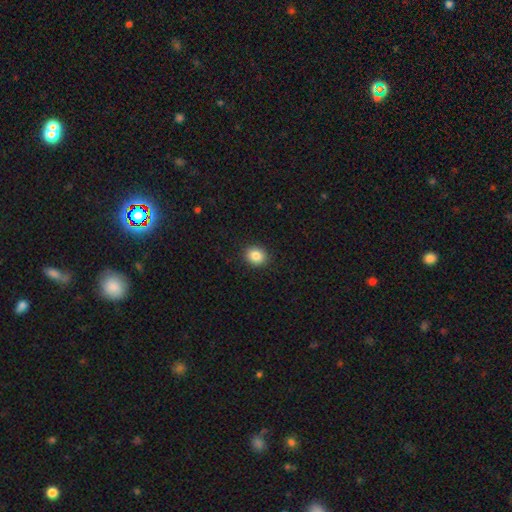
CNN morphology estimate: Q: Smooth or featured?
A: smooth (86%); runner-up: star or artifact (9%)
Q: How rounded?
A: round (64%); runner-up: in between (35%)
Q: Merging?
A: none (91%); runner-up: minor disturbance (6%)